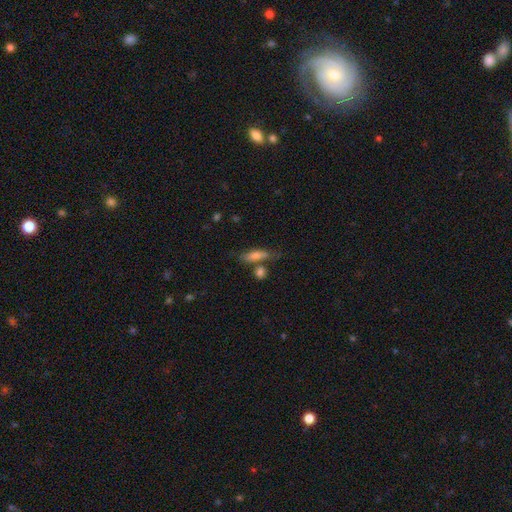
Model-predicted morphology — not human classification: smooth-or-featured: smooth: 67% | featured or disk: 25% | star or artifact: 8%
  how-rounded: cigar-shaped: 54% | in between: 42% | round: 4%
  merging: none: 61% | minor disturbance: 17% | merger: 16% | major disturbance: 6%